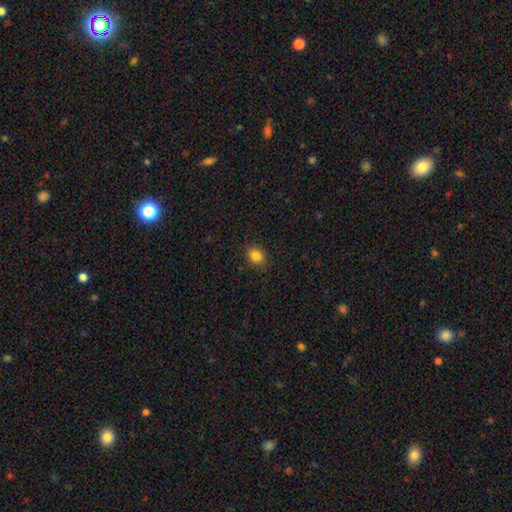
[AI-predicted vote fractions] This appears to be a smooth galaxy with no disk features (84%) that is round (62%). Merging: none (87%).